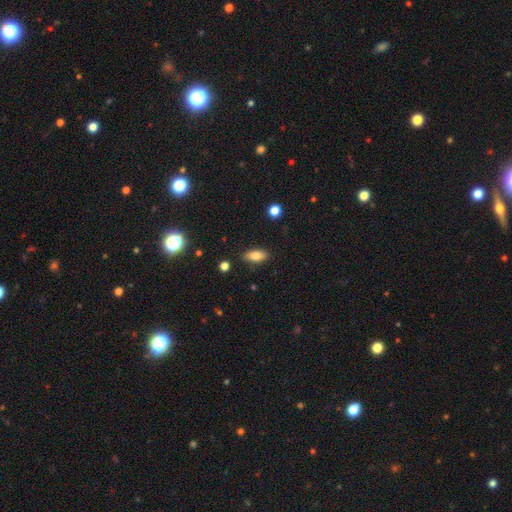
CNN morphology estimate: smooth-or-featured: smooth: 81% | featured or disk: 11% | star or artifact: 8%
  how-rounded: in between: 84% | cigar-shaped: 12% | round: 4%
  merging: none: 86% | minor disturbance: 10% | major disturbance: 2% | merger: 2%